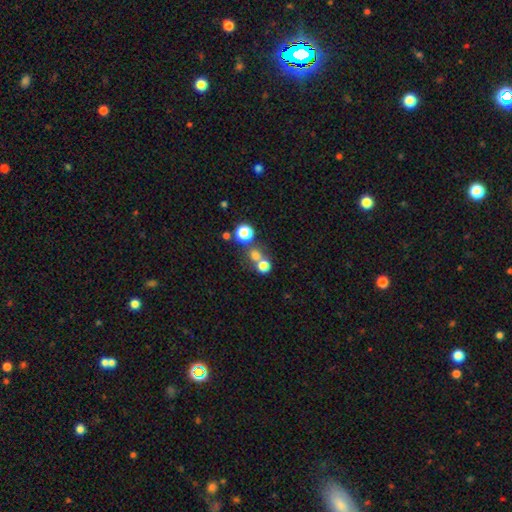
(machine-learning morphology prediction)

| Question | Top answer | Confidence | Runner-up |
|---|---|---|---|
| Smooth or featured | smooth | 70% | star or artifact (20%) |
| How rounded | round | 86% | in between (12%) |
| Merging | none | 51% | merger (39%) |